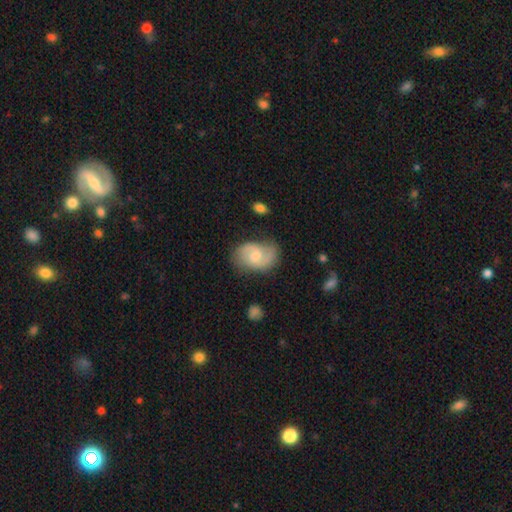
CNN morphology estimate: A featured or disk galaxy (68%) with no bar (48%), 2 (85%) medium (51%) spiral arms (92%) and a small central bulge (45%). Merging: none (71%).